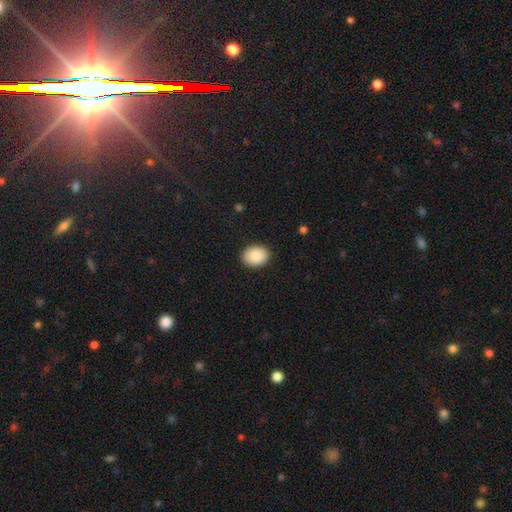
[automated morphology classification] Smooth or featured: smooth — 88% (star or artifact — 7%)
How rounded: in between — 67% (round — 32%)
Merging: none — 90% (minor disturbance — 7%)